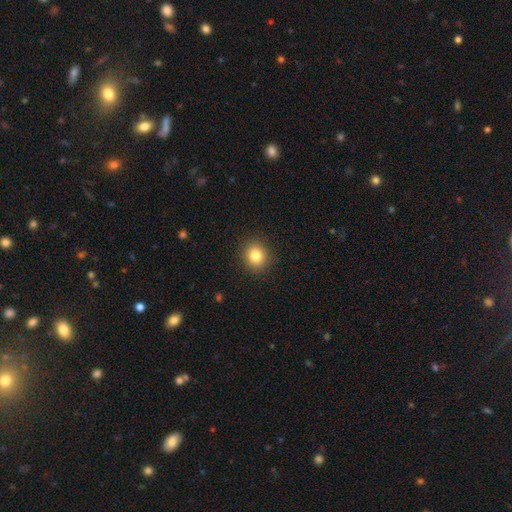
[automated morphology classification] Smooth or featured? smooth (82%)
How rounded? round (84%)
Merging? none (91%)